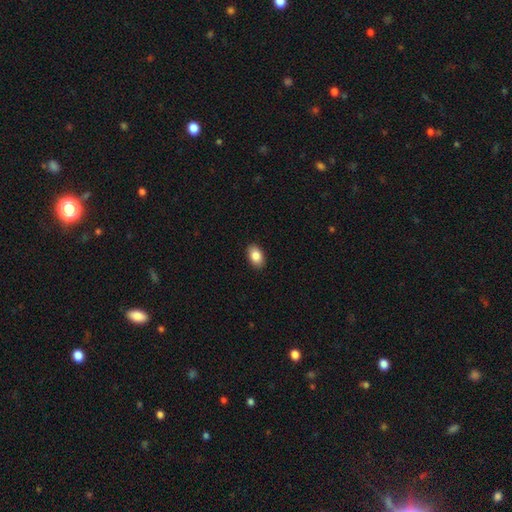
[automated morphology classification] This is clearly a smooth galaxy (86%). How rounded: clearly in between (90%). Merging: clearly none (90%).